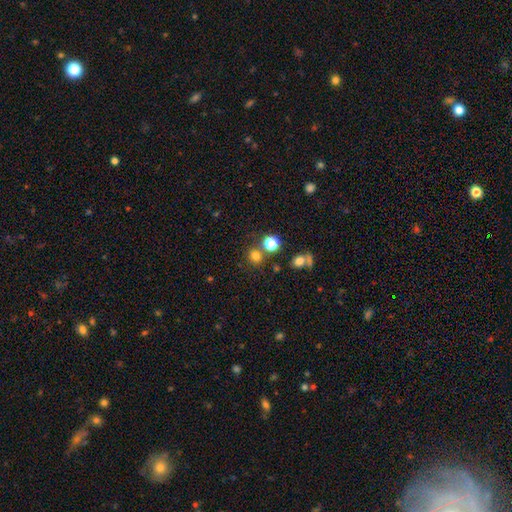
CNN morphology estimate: A smooth galaxy with no disk features (73%) that is round (85%).

Vote fractions:
- Smooth or featured? smooth: 73% / star or artifact: 21% / featured or disk: 6%
- How rounded? round: 85% / in between: 14% / cigar-shaped: 1%
- Merging? none: 73% / merger: 14% / minor disturbance: 9% / major disturbance: 4%